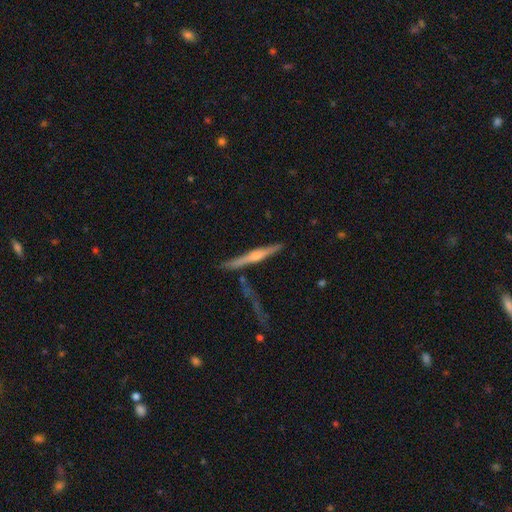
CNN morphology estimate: This is likely a featured or disk galaxy (71%). It is clearly viewed edge-on (97%). Edge-on bulge: clearly rounded (86%). Merging: likely none (72%).